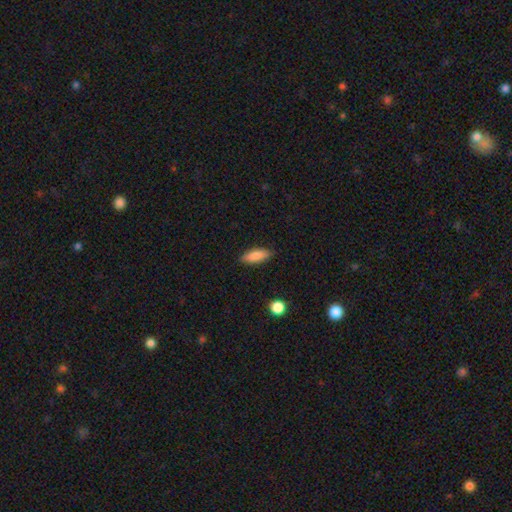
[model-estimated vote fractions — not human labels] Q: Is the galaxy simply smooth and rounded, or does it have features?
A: smooth — 84%.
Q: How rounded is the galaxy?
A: in between — 63%.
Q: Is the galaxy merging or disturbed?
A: none — 85%.